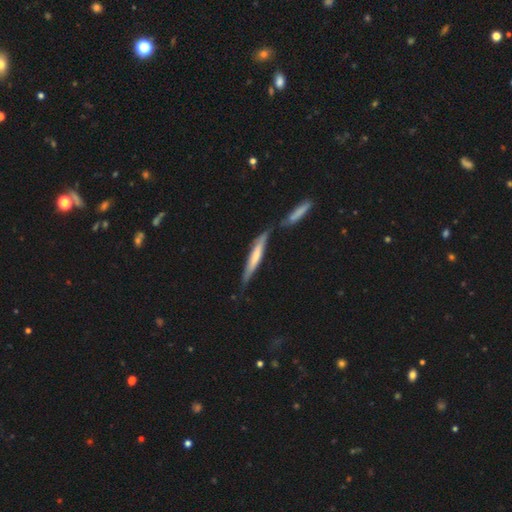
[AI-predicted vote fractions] This appears to be a smooth galaxy with no disk features (55%) that is cigar-shaped (92%). Merging: none (52%).